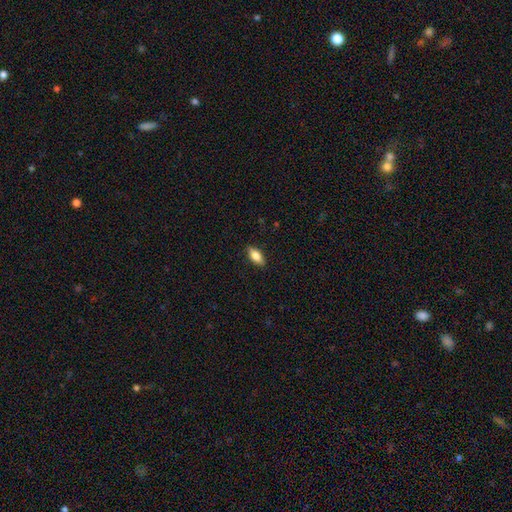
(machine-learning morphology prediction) Q: Smooth or featured?
A: smooth (76%); runner-up: featured or disk (17%)
Q: How rounded?
A: in between (82%); runner-up: cigar-shaped (15%)
Q: Merging?
A: none (88%); runner-up: minor disturbance (9%)